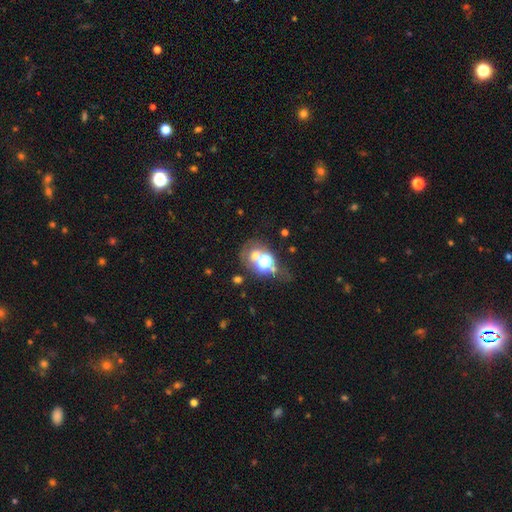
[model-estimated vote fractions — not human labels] The model was most divided on "smooth or featured": smooth: 46%, star or artifact: 35%, featured or disk: 19%. Remaining: merging — none (47%).